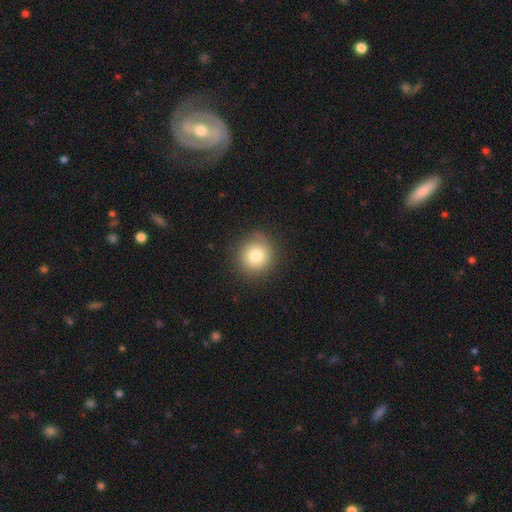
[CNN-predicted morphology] A smooth galaxy with no disk features (80%) that is round (90%).

Vote fractions:
- Smooth or featured? smooth: 80% / star or artifact: 11% / featured or disk: 9%
- How rounded? round: 90% / in between: 9% / cigar-shaped: 1%
- Merging? none: 86% / minor disturbance: 10% / major disturbance: 3% / merger: 1%